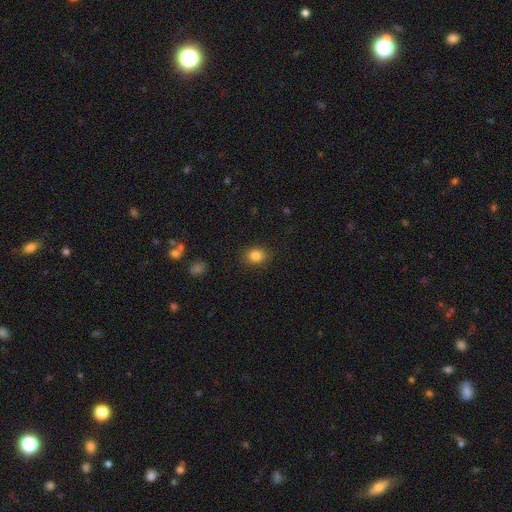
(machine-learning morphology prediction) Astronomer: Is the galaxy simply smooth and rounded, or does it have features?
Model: smooth — 84%.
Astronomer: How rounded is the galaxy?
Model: round — 60% (runner-up: in between, 39%).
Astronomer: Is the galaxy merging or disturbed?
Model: none — 86%.